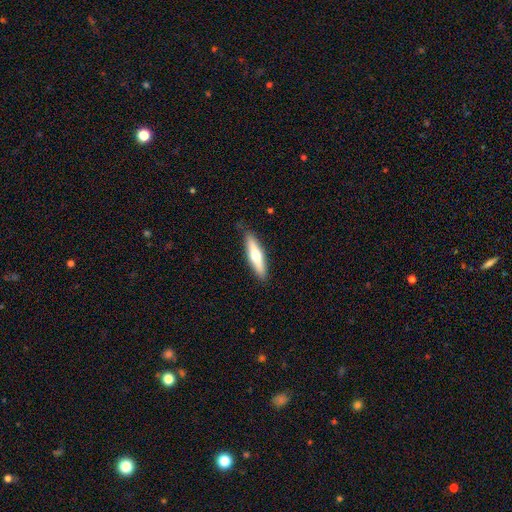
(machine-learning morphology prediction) Smooth or featured? smooth (47%, tied with featured or disk)
Merging? none (88%)